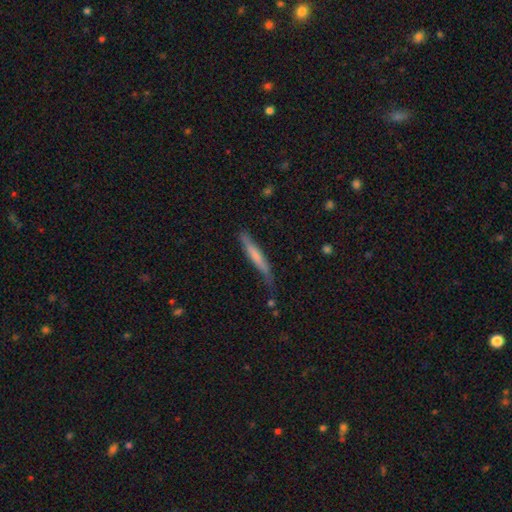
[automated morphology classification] smooth_or_featured: smooth (p=0.61) [alt: featured or disk p=0.33]
how_rounded: cigar-shaped (p=0.94) [alt: in between p=0.04]
merging: none (p=0.64) [alt: minor disturbance p=0.27]